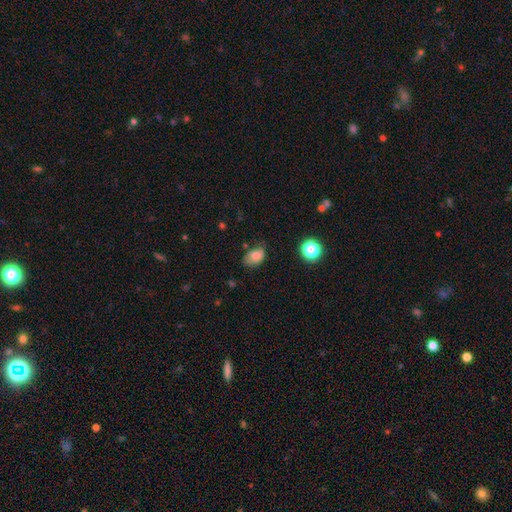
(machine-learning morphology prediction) type=smooth (77%); roundness=in between (82%); merging=none (52%).